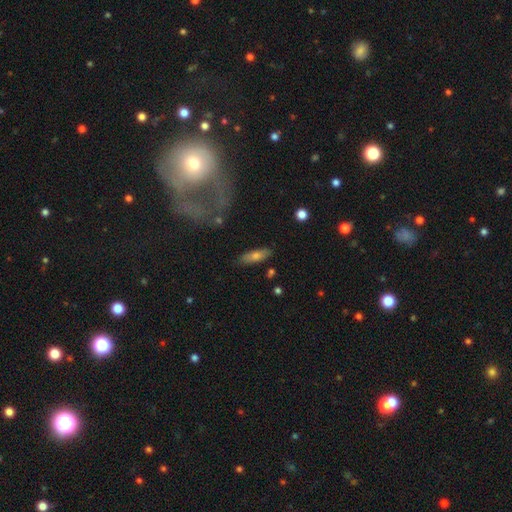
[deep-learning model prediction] Smooth or featured? Predicted: smooth (p=0.65). How rounded? Predicted: in between (p=0.56). Merging? Predicted: none (p=0.83).